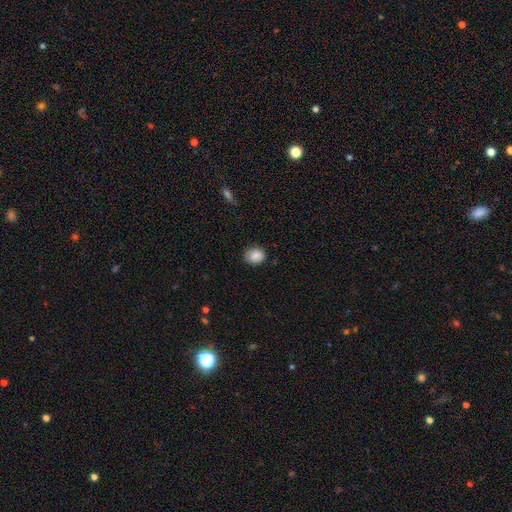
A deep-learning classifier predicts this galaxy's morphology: Overall: smooth (85%). How rounded: round (57%; in between 42%). Merging: none (79%).